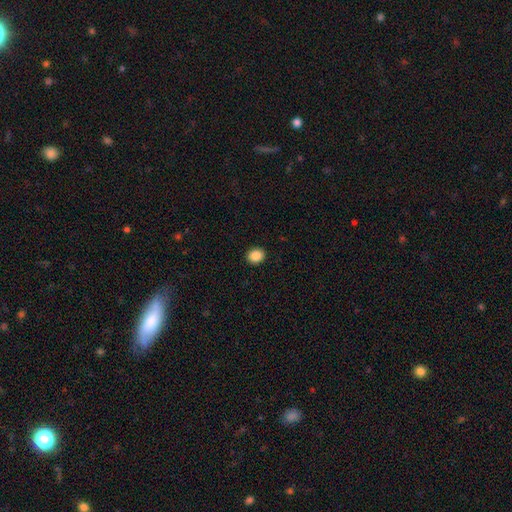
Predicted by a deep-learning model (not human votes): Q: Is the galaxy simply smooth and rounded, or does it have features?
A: smooth — 88%.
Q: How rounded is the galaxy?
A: round — 63%.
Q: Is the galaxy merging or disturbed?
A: none — 92%.